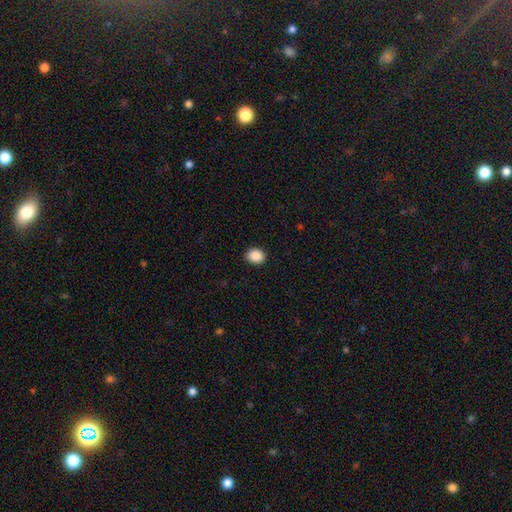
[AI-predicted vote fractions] smooth-or-featured: smooth: 89% | star or artifact: 8% | featured or disk: 2%
  how-rounded: round: 58% | in between: 41% | cigar-shaped: 1%
  merging: none: 91% | minor disturbance: 6% | major disturbance: 2% | merger: 1%